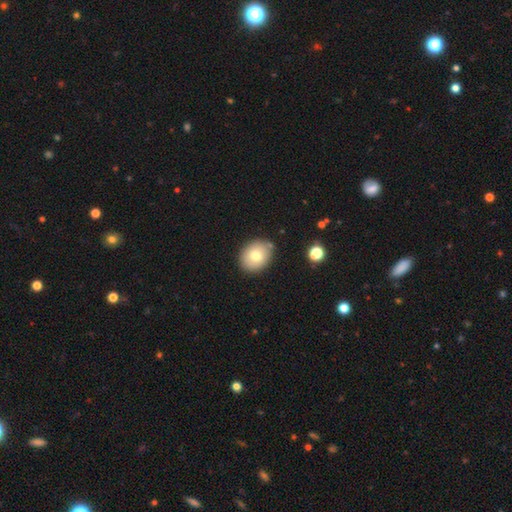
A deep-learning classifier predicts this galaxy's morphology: Smooth or featured? Predicted: smooth (p=0.76). How rounded? Predicted: round (p=0.52). Merging? Predicted: none (p=0.80).